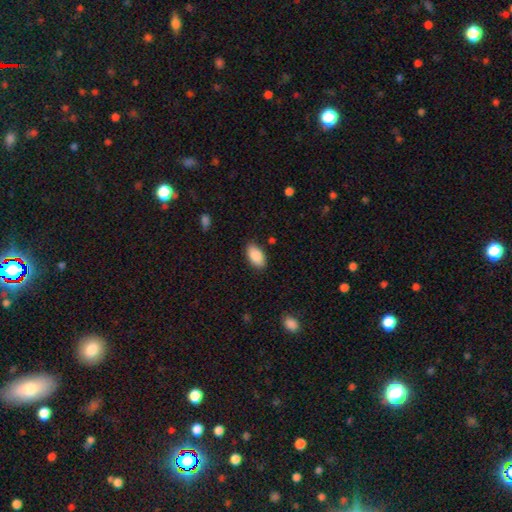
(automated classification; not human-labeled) Overall: smooth (89%). How rounded: in between (94%). Merging: none (85%).